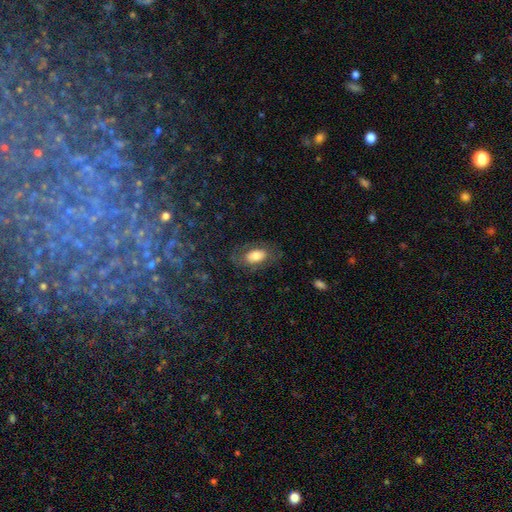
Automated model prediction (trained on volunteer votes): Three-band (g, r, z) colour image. It shows a smooth galaxy with no disk features (56%) that is in between round and cigar-shaped (90%). Merging: none (69%).